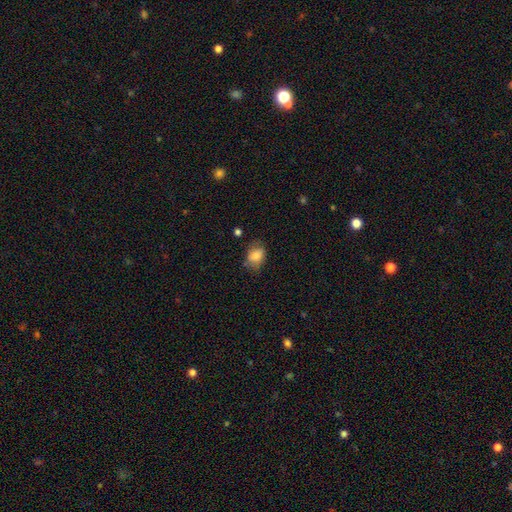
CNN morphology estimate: This is likely a smooth galaxy (80%). How rounded: likely in between (71%). Merging: likely none (61%).